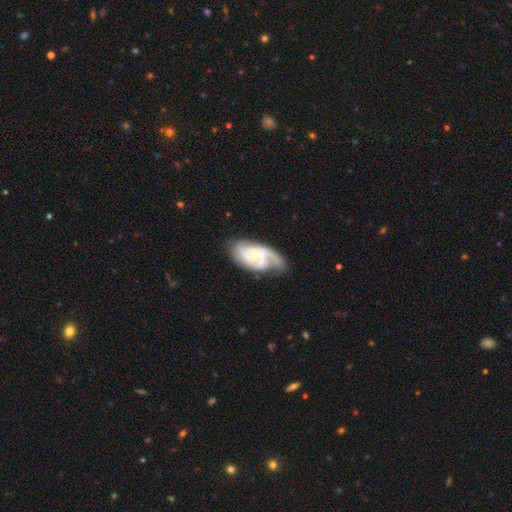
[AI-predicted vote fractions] The model was most divided on "spiral winding": tight: 43%, medium: 42%, loose: 15%. Remaining: edge-on disk — no (96%); spiral arms — yes (94%); smooth or featured — featured or disk (81%); bar — no (66%); bulge size — small (66%); merging — none (57%); spiral arm count — 2 (45%).